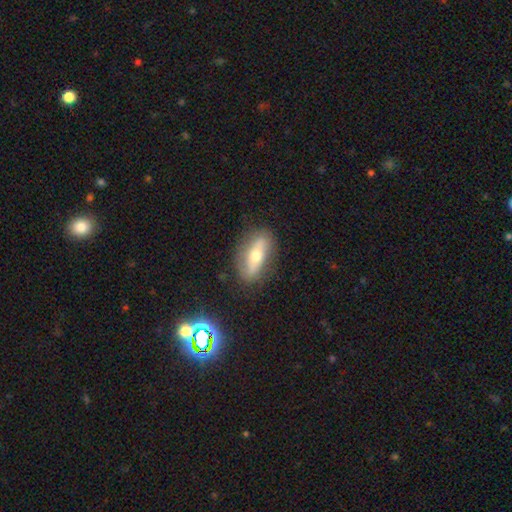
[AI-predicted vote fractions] smooth-or-featured: featured or disk: 55% | smooth: 36% | star or artifact: 9%
  disk-edge-on: no: 57% | yes: 43%
  merging: none: 82% | minor disturbance: 12% | major disturbance: 4% | merger: 2%